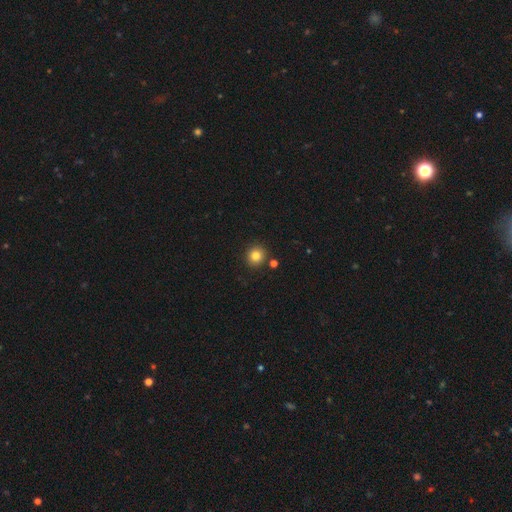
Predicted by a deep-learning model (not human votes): Smooth or featured: smooth — 82% (star or artifact — 12%)
How rounded: round — 91% (in between — 8%)
Merging: none — 87% (minor disturbance — 7%)